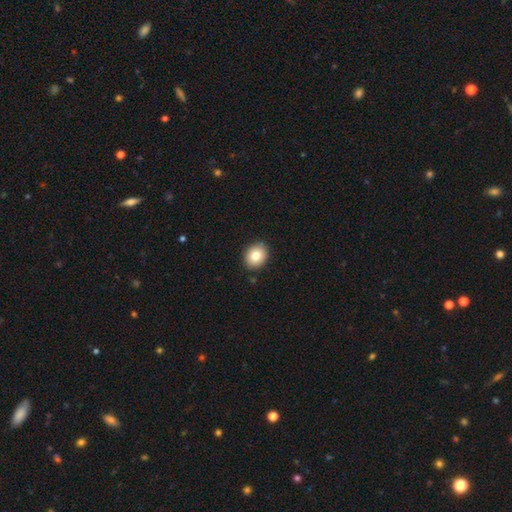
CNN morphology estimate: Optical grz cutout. It shows a smooth galaxy with no disk features (80%) that is round (56%). Merging: none (89%).